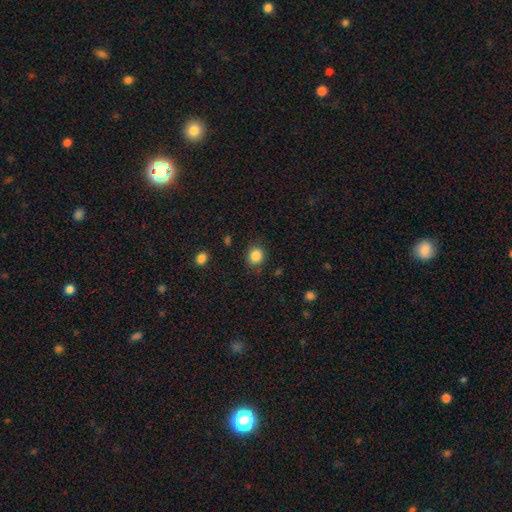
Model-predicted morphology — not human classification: Overall: smooth (86%). How rounded: round (78%). Merging: none (84%).